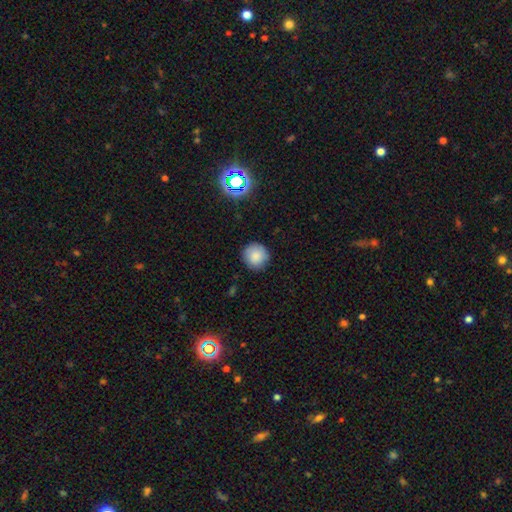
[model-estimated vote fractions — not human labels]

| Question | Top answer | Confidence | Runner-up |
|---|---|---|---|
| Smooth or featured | smooth | 84% | star or artifact (10%) |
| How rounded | round | 95% | in between (5%) |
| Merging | none | 87% | minor disturbance (9%) |